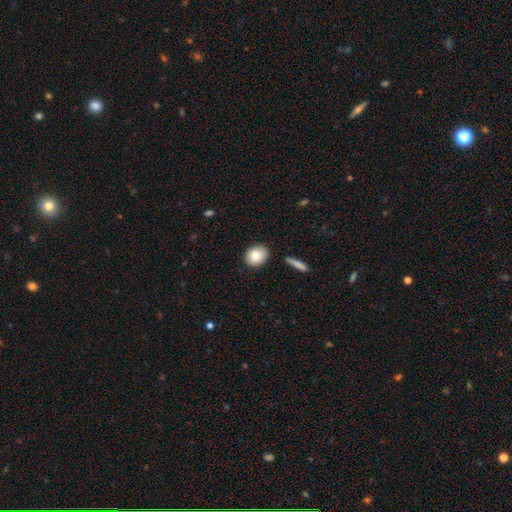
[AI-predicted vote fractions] Smooth or featured? smooth (84%)
How rounded? round (53%)
Merging? none (85%)